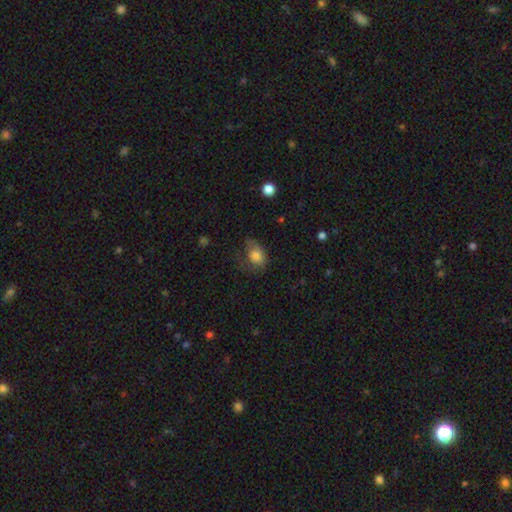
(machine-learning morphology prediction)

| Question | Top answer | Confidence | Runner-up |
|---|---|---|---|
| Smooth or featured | smooth | 77% | featured or disk (14%) |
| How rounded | in between | 69% | round (30%) |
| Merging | none | 39% | minor disturbance (32%) |